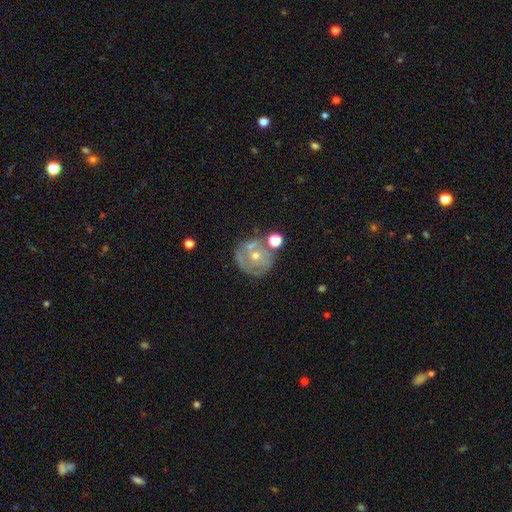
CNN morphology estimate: Q: Smooth or featured?
A: featured or disk (62%); runner-up: smooth (28%)
Q: Edge-on disk?
A: no (97%); runner-up: yes (3%)
Q: Bar?
A: no (79%); runner-up: weak (16%)
Q: Spiral arms?
A: yes (54%); runner-up: no (46%)
Q: Bulge size?
A: small (59%); runner-up: moderate (37%)
Q: Merging?
A: none (57%); runner-up: minor disturbance (18%)